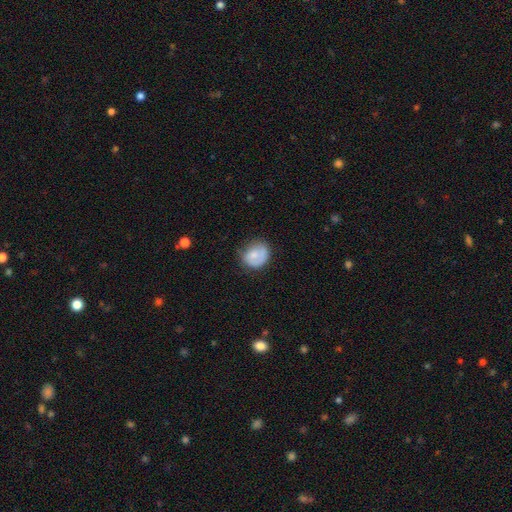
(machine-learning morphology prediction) Smooth or featured? Predicted: smooth (p=0.70). How rounded? Predicted: round (p=0.69). Merging? Predicted: none (p=0.56).